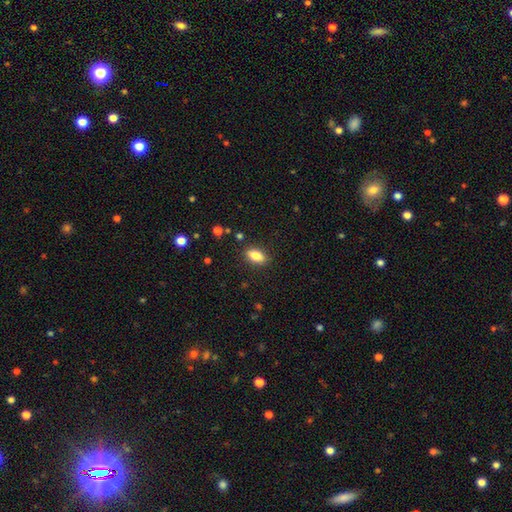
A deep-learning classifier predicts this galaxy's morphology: type=smooth (81%); roundness=in between (86%); merging=none (87%).